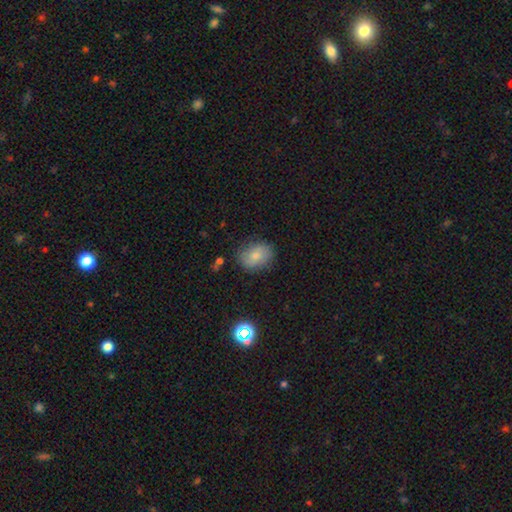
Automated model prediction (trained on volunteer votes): This is likely a smooth galaxy (75%). How rounded: possibly in between (59%). Merging: likely none (77%).